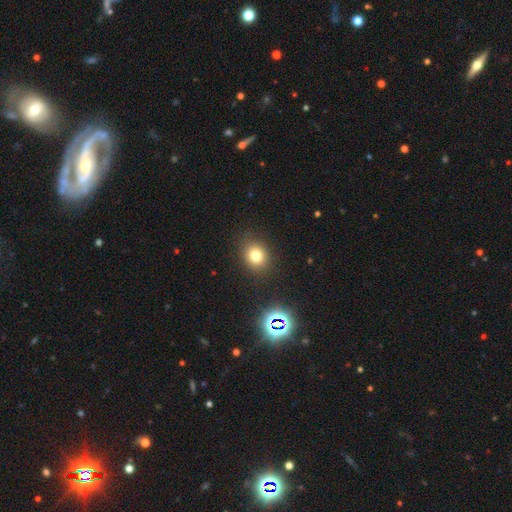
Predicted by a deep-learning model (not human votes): The model was most divided on "how rounded": round: 73%, in between: 26%, cigar-shaped: 1%. More confident: merging — none (87%); smooth or featured — smooth (76%).